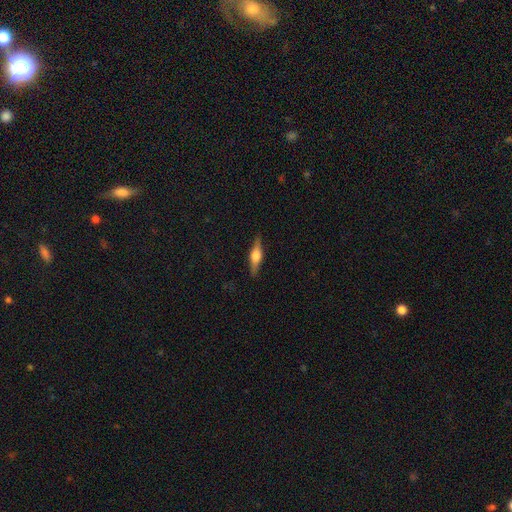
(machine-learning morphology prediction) Q: Smooth or featured?
A: featured or disk (67%); runner-up: smooth (27%)
Q: Edge-on disk?
A: yes (97%); runner-up: no (3%)
Q: Edge-on bulge?
A: rounded (90%); runner-up: boxy (8%)
Q: Merging?
A: none (88%); runner-up: minor disturbance (9%)